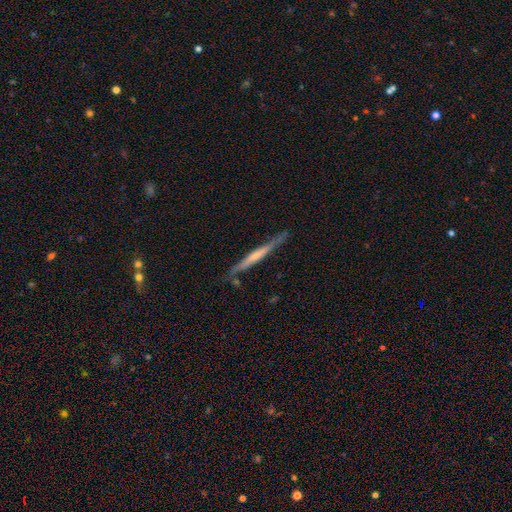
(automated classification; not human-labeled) Morphology: type=featured or disk (58%); edge-on=yes (96%); edge-on bulge=none (56%); merging=none (81%).